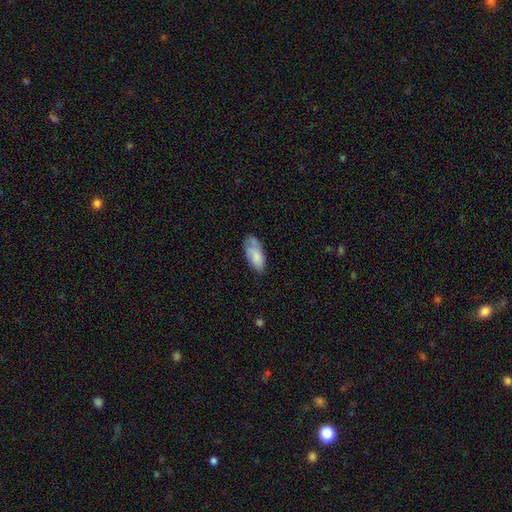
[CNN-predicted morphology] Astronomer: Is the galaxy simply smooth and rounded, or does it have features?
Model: smooth — 76%.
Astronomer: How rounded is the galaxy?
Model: in between — 87%.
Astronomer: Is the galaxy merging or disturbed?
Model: none — 57%.